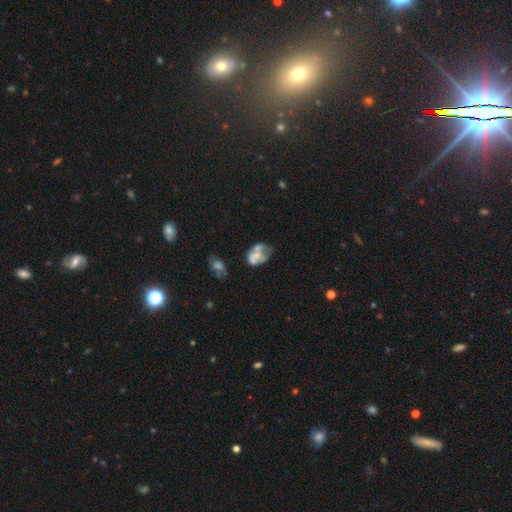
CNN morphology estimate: A featured or disk galaxy (49%).

Vote fractions:
- Smooth or featured? featured or disk: 49% / smooth: 41% / star or artifact: 10%
- Merging? merger: 30% / none: 25% / major disturbance: 23% / minor disturbance: 22%